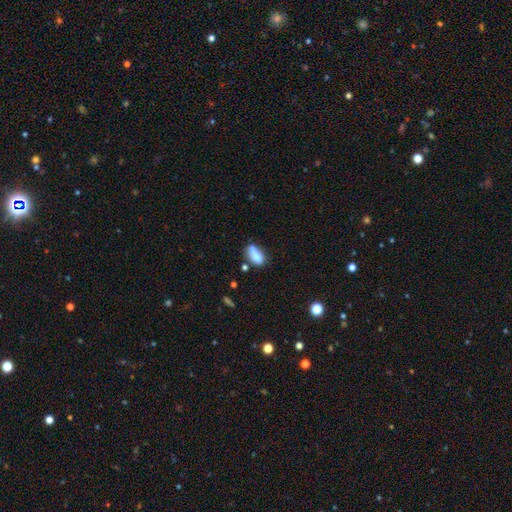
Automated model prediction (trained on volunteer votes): Smooth or featured: smooth — 77% (featured or disk — 14%)
How rounded: in between — 79% (cigar-shaped — 16%)
Merging: none — 48% (minor disturbance — 27%)